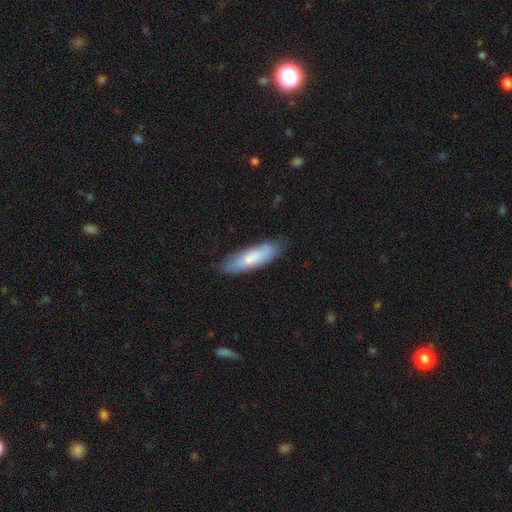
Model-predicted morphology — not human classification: smooth-or-featured: smooth: 69% | featured or disk: 25% | star or artifact: 6%
  how-rounded: cigar-shaped: 55% | in between: 44% | round: 2%
  merging: none: 77% | minor disturbance: 18% | major disturbance: 4% | merger: 1%